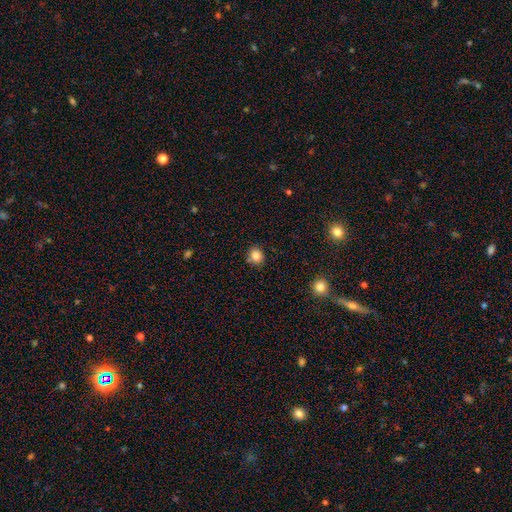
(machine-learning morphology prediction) smooth-or-featured: smooth: 83% | star or artifact: 11% | featured or disk: 5%
  how-rounded: round: 73% | in between: 26% | cigar-shaped: 1%
  merging: none: 75% | minor disturbance: 15% | merger: 7% | major disturbance: 3%